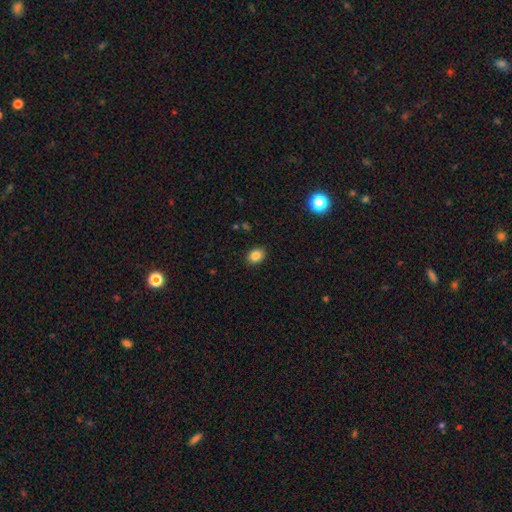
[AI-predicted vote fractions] smooth_or_featured: smooth (p=0.84) [alt: star or artifact p=0.10]
how_rounded: in between (p=0.63) [alt: round p=0.36]
merging: none (p=0.89) [alt: minor disturbance p=0.08]